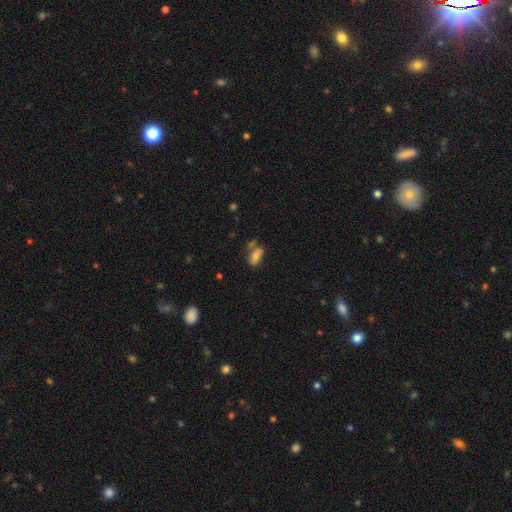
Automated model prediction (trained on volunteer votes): This appears to be a smooth galaxy with no disk features (65%) that is in between round and cigar-shaped (83%). Merging: none (41%).